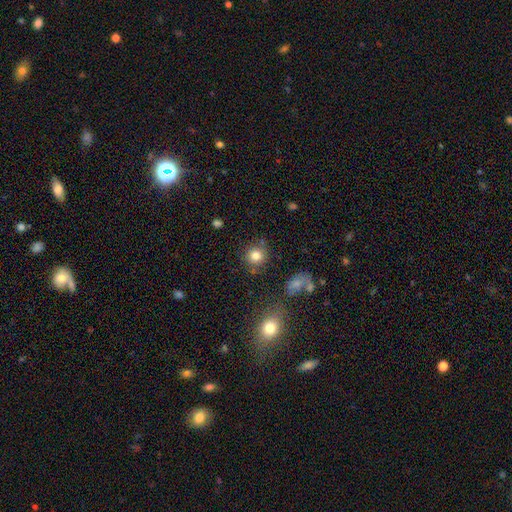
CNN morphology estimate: This appears to be a smooth galaxy with no disk features (81%) that is round (90%). Merging: none (81%).